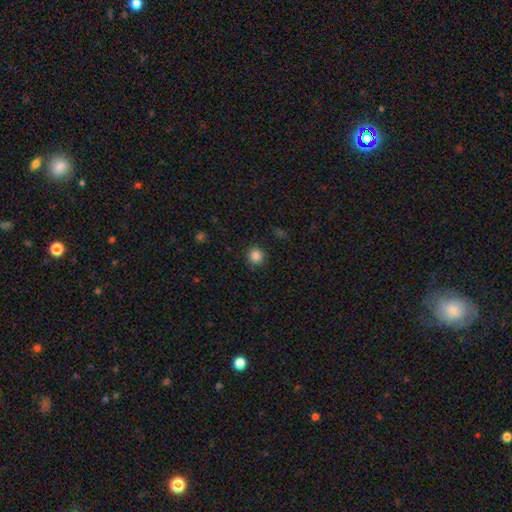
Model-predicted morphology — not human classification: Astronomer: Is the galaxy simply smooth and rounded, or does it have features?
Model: smooth — 85%.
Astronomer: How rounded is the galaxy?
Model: round — 93%.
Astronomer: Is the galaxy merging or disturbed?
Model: none — 89%.